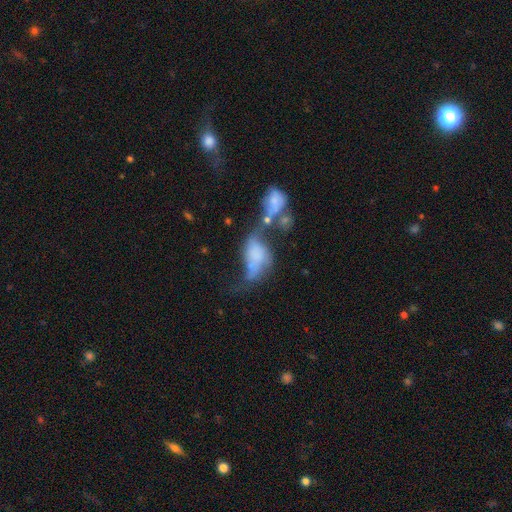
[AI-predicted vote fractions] Smooth or featured: smooth — 46% (featured or disk — 42%)
Merging: merger — 41% (major disturbance — 33%)